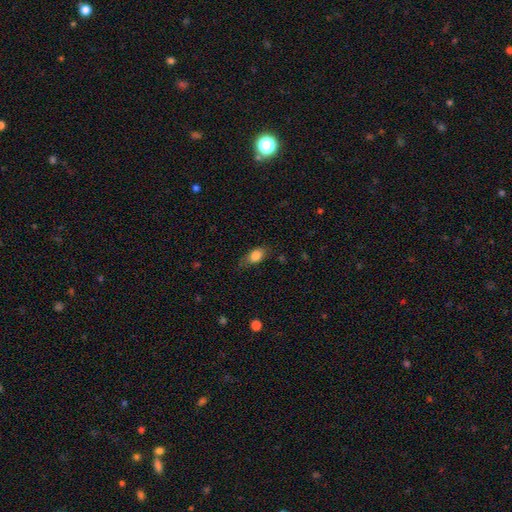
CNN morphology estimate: Smooth or featured: smooth — 81% (featured or disk — 11%)
How rounded: in between — 83% (round — 11%)
Merging: none — 67% (minor disturbance — 24%)